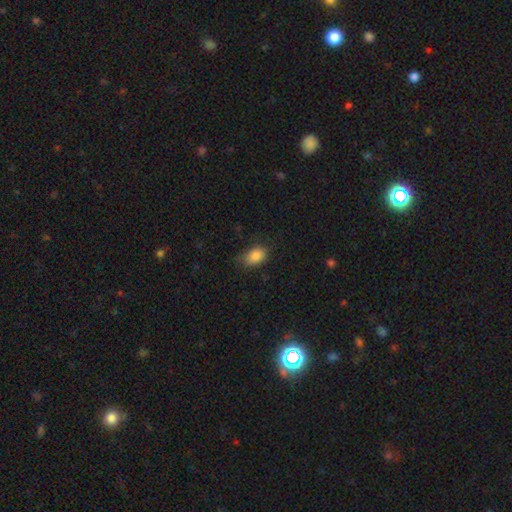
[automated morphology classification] smooth 85%, star or artifact 9%, featured or disk 6%. Down the decision tree: how rounded — in between (83%); merging — none (70%).